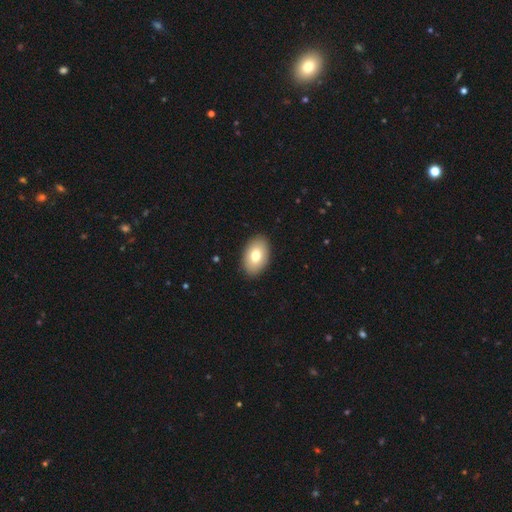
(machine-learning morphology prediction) Smooth or featured: smooth — 78% (featured or disk — 15%)
How rounded: in between — 91% (round — 8%)
Merging: none — 90% (minor disturbance — 7%)